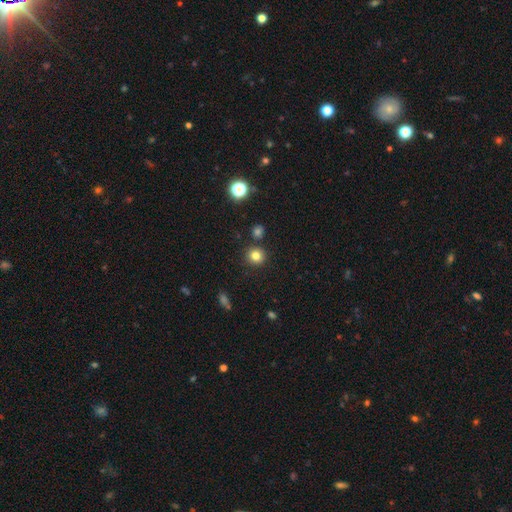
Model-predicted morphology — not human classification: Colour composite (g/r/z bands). It shows a smooth galaxy with no disk features (81%) that is round (91%). Merging: none (86%).